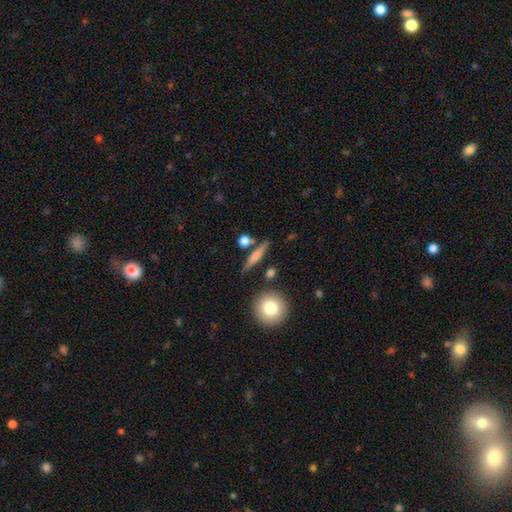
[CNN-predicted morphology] Overall: smooth (63%; featured or disk 30%). How rounded: cigar-shaped (74%). Merging: none (80%).